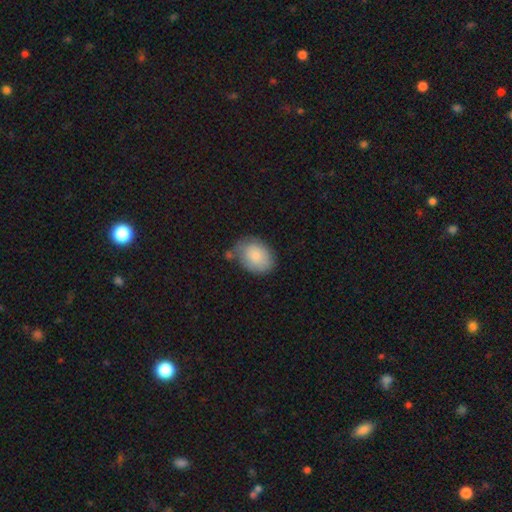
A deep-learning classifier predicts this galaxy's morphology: A smooth galaxy with no disk features (83%) that is in between round and cigar-shaped (74%). Merging: none (60%).